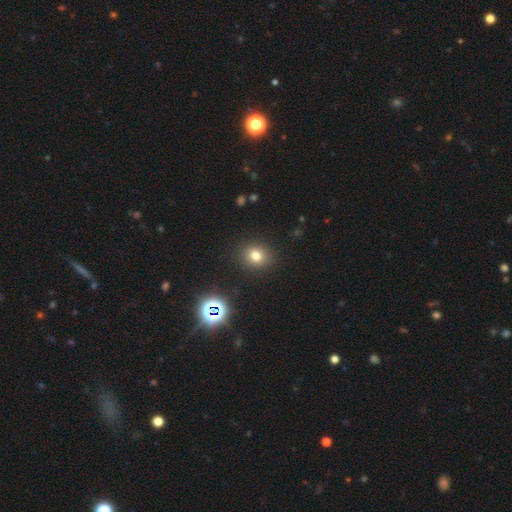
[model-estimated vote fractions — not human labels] This is likely a smooth galaxy (75%). How rounded: likely round (79%). Merging: clearly none (90%).